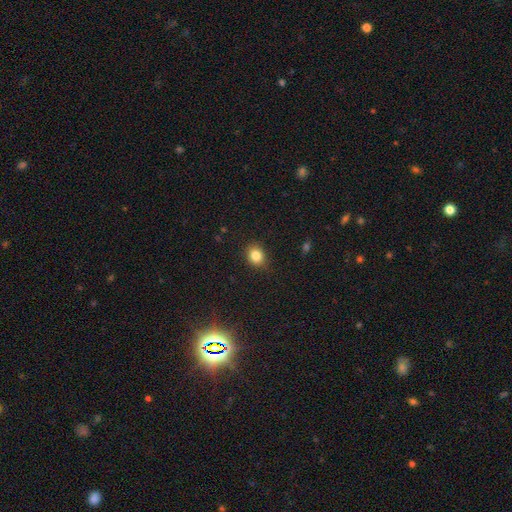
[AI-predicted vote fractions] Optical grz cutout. It shows a smooth galaxy with no disk features (82%) that is round (67%). Merging: none (86%).